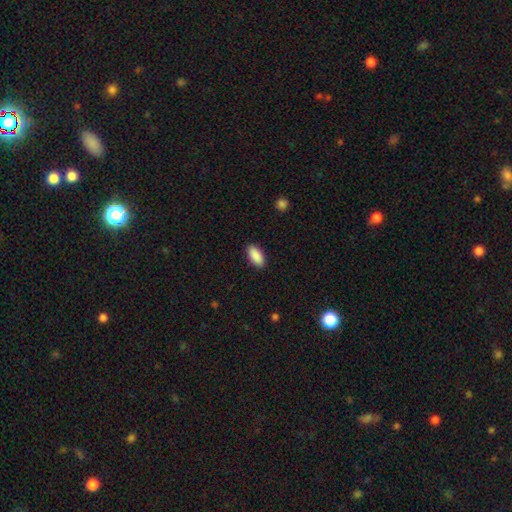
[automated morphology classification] The model was most divided on "merging": none: 89%, minor disturbance: 8%, major disturbance: 2%, merger: 1%. More confident: how rounded — in between (91%); smooth or featured — smooth (90%).